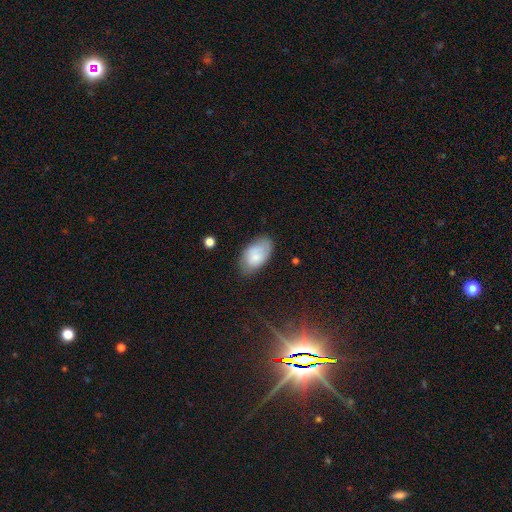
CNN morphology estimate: A smooth galaxy with no disk features (74%) that is in between round and cigar-shaped (94%).

Vote fractions:
- Smooth or featured? smooth: 74% / featured or disk: 19% / star or artifact: 7%
- How rounded? in between: 94% / round: 4% / cigar-shaped: 2%
- Merging? none: 72% / minor disturbance: 21% / major disturbance: 5% / merger: 2%